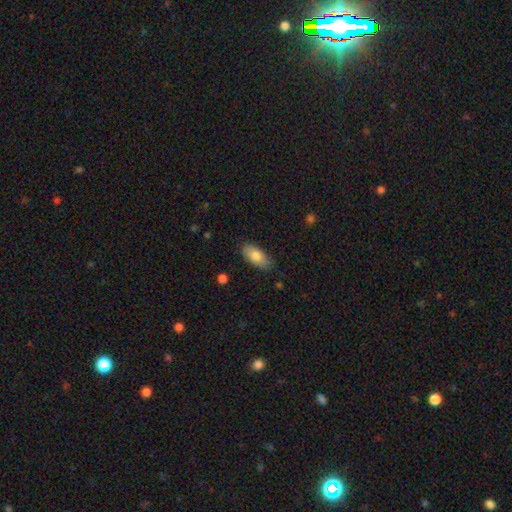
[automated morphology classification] Smooth or featured? Predicted: smooth (p=0.80). How rounded? Predicted: in between (p=0.88). Merging? Predicted: none (p=0.83).